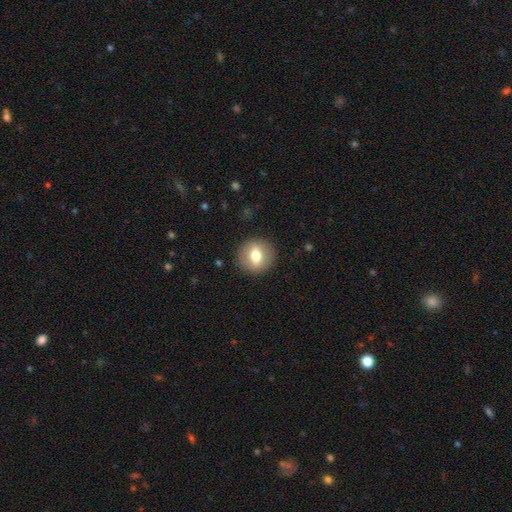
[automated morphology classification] type=smooth (64%); roundness=round (80%); merging=none (89%).